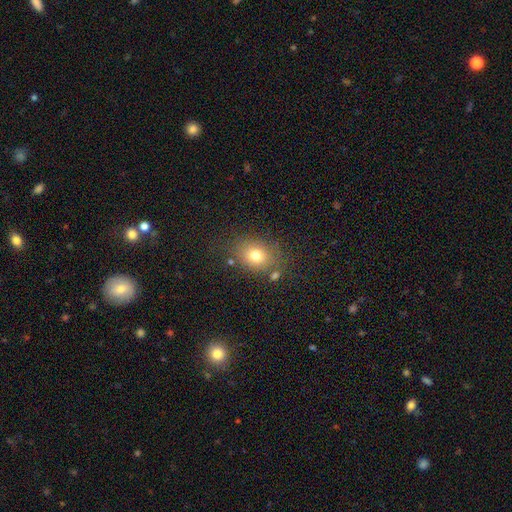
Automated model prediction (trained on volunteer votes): Q: Smooth or featured?
A: smooth (76%); runner-up: star or artifact (13%)
Q: How rounded?
A: in between (53%); runner-up: round (46%)
Q: Merging?
A: none (75%); runner-up: minor disturbance (14%)